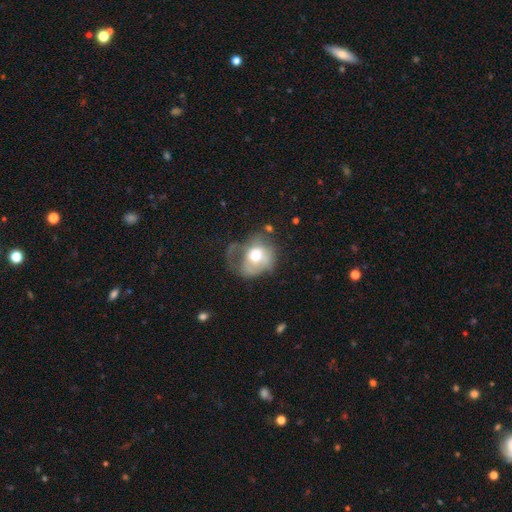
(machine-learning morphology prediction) This appears to be a smooth galaxy with no disk features (54%) that is round (50%). Merging: major disturbance (50%).